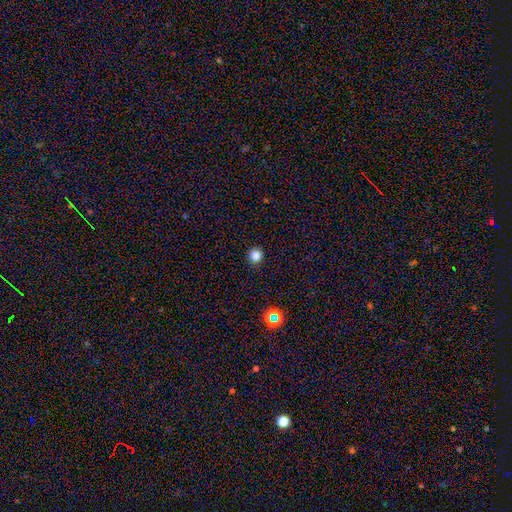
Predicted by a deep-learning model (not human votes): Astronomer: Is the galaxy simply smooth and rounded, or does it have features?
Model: smooth — 82%.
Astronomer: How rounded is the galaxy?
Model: round — 93%.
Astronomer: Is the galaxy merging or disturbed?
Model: none — 91%.